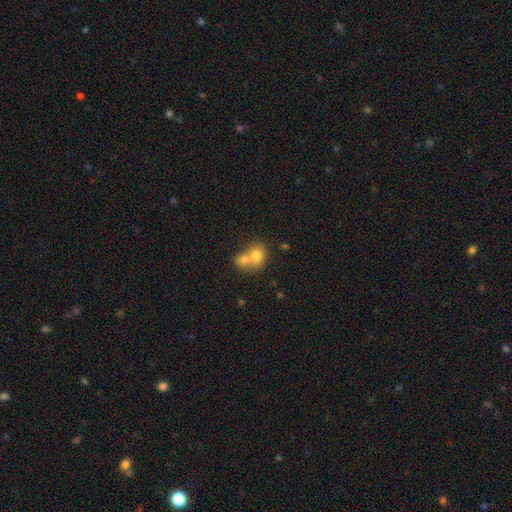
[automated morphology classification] Smooth or featured? smooth (73%)
How rounded? round (61%)
Merging? merger (70%)